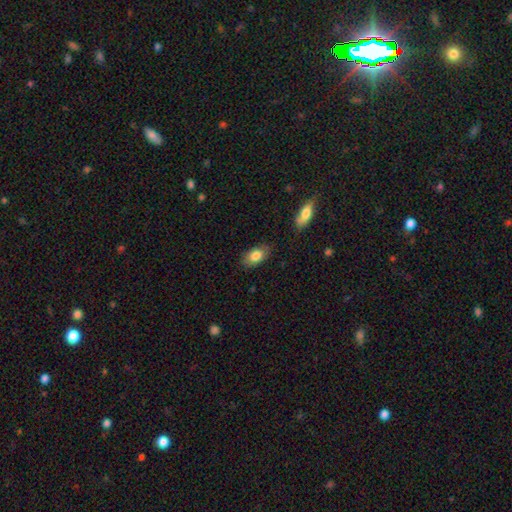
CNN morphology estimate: smooth 82%, featured or disk 11%, star or artifact 7%. Down the decision tree: how rounded — in between (91%); merging — none (82%).